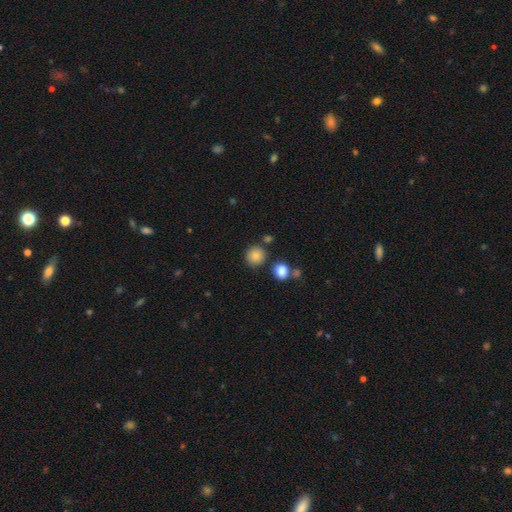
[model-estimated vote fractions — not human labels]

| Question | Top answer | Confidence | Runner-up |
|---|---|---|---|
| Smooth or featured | smooth | 85% | star or artifact (10%) |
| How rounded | round | 89% | in between (10%) |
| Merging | none | 77% | minor disturbance (10%) |